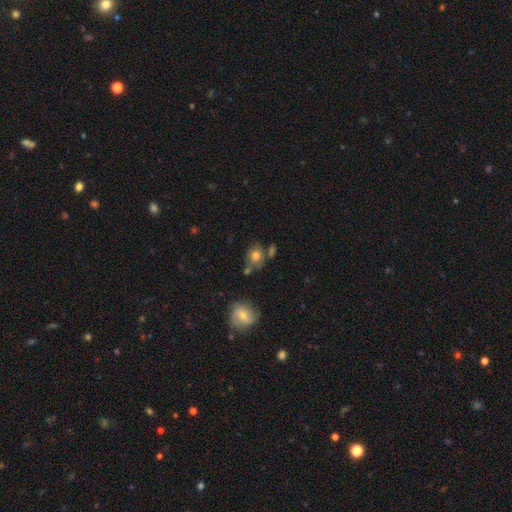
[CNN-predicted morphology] A smooth galaxy with no disk features (73%) that is round (58%).

Vote fractions:
- Smooth or featured? smooth: 73% / featured or disk: 16% / star or artifact: 10%
- How rounded? round: 58% / in between: 40% / cigar-shaped: 1%
- Merging? none: 61% / minor disturbance: 18% / merger: 15% / major disturbance: 6%